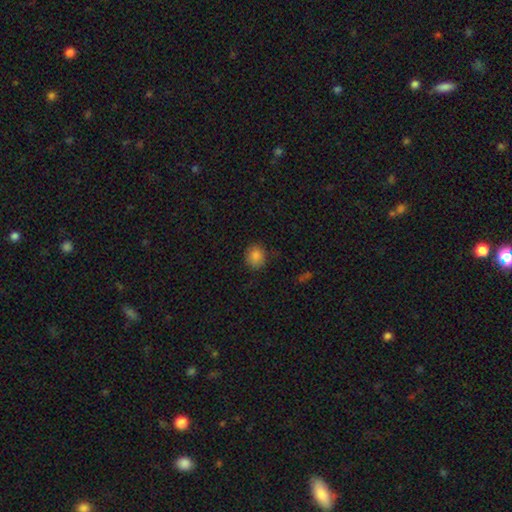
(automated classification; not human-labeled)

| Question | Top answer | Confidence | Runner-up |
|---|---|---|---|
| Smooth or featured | smooth | 83% | star or artifact (11%) |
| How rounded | round | 82% | in between (17%) |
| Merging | none | 83% | minor disturbance (13%) |